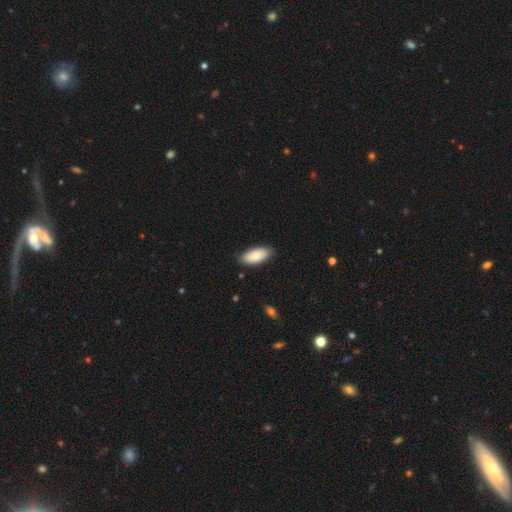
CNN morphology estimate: smooth 81%, featured or disk 13%, star or artifact 6%. Down the decision tree: how rounded — in between (91%); merging — none (84%).